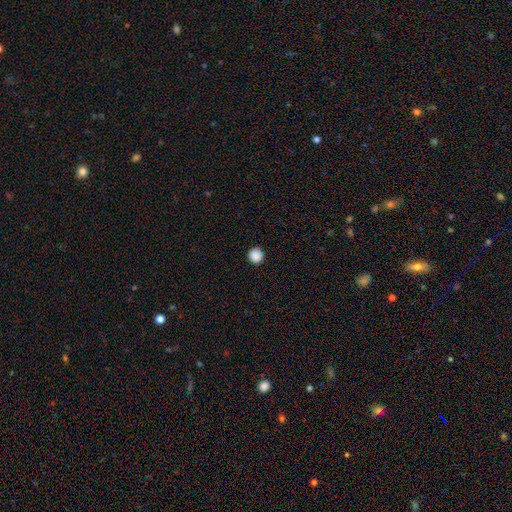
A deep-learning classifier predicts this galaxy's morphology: The model was most divided on "smooth or featured": smooth: 88%, star or artifact: 9%, featured or disk: 2%. More confident: how rounded — round (95%); merging — none (93%).